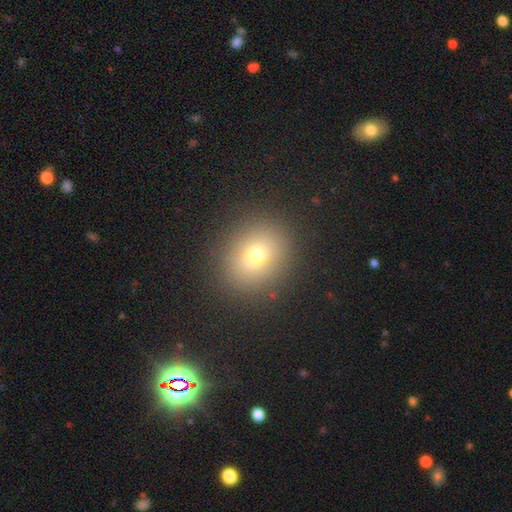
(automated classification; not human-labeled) Smooth or featured? Predicted: smooth (p=0.72). How rounded? Predicted: round (p=0.70). Merging? Predicted: none (p=0.89).